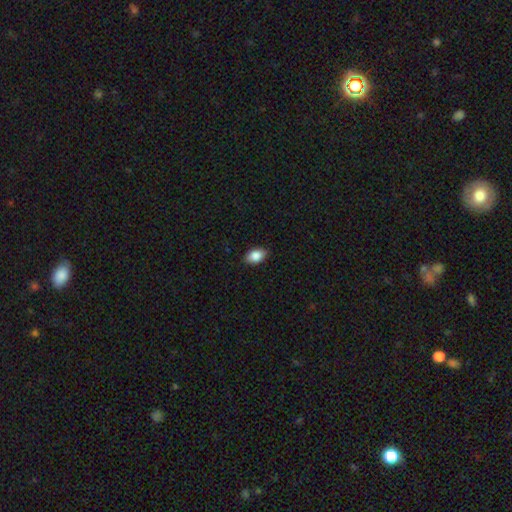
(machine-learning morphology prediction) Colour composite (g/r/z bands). It shows a smooth galaxy with no disk features (87%) that is in between round and cigar-shaped (90%). Merging: none (88%).